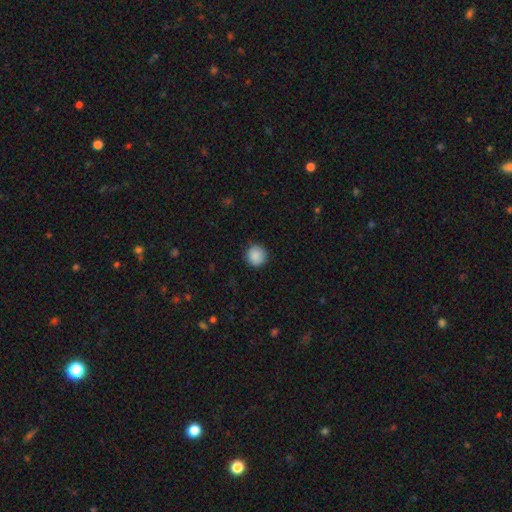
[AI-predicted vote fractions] Q: Smooth or featured?
A: smooth (88%); runner-up: star or artifact (8%)
Q: How rounded?
A: round (95%); runner-up: in between (4%)
Q: Merging?
A: none (90%); runner-up: minor disturbance (7%)